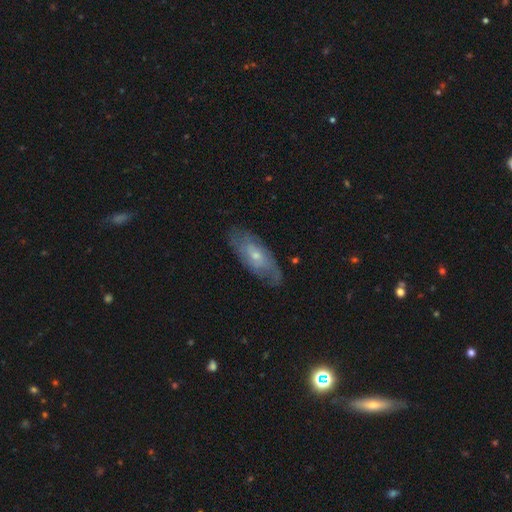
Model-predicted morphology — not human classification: This appears to be a featured or disk galaxy (65%) with no bar (72%), spiral arms (77%) and a small central bulge (58%). Merging: none (74%).